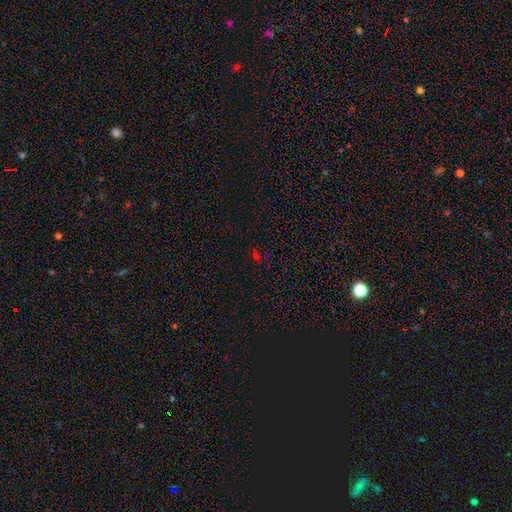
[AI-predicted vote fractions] star or artifact 59%, smooth 33%, featured or disk 8%.